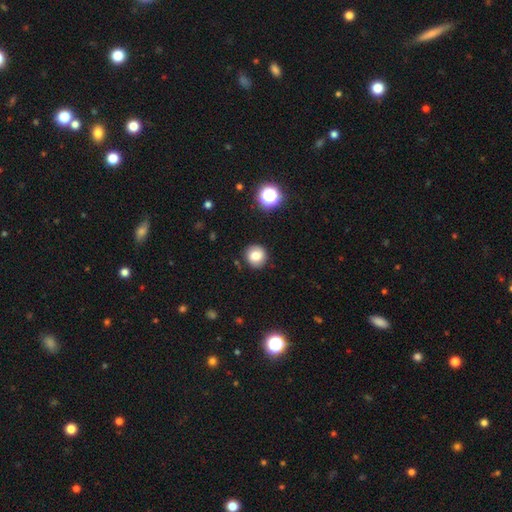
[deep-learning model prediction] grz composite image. It shows a smooth galaxy with no disk features (77%) that is round (88%). Merging: none (87%).